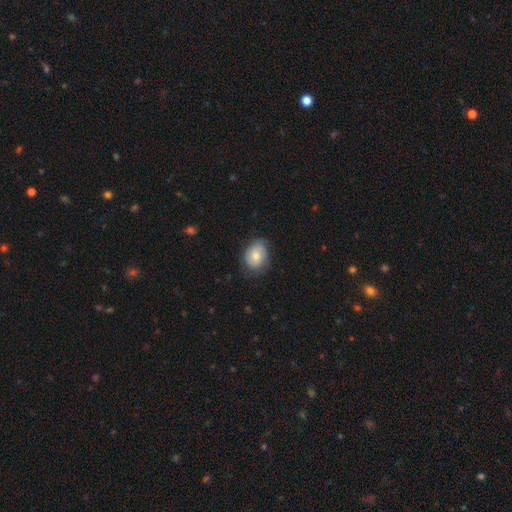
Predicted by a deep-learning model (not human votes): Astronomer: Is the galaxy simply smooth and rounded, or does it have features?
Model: smooth — 63%.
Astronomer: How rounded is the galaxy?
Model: in between — 59% (runner-up: round, 40%).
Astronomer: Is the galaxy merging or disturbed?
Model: none — 68%.